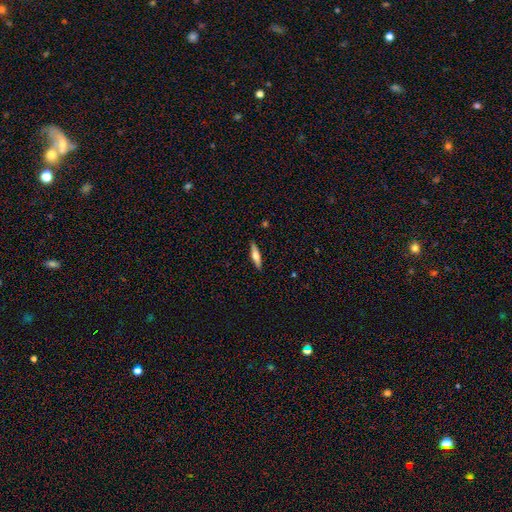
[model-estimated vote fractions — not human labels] Smooth or featured: smooth — 52% (featured or disk — 42%)
How rounded: cigar-shaped — 75% (in between — 23%)
Merging: none — 89% (minor disturbance — 8%)